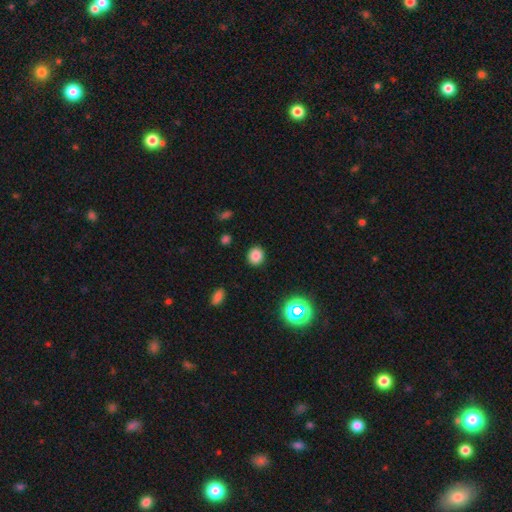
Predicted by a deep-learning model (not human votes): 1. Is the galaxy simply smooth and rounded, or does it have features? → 82% smooth, 13% star or artifact, 5% featured or disk.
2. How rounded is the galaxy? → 79% round, 20% in between, 1% cigar-shaped.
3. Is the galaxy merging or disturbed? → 90% none, 7% minor disturbance, 2% major disturbance, 1% merger.